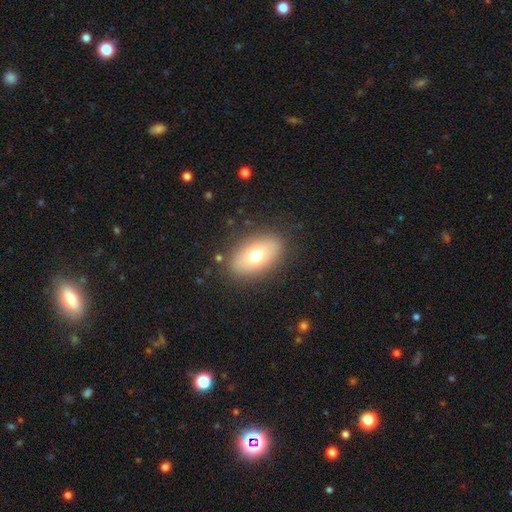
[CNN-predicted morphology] smooth-or-featured: smooth: 71% | featured or disk: 20% | star or artifact: 9%
  how-rounded: in between: 87% | round: 11% | cigar-shaped: 2%
  merging: none: 85% | minor disturbance: 10% | major disturbance: 4% | merger: 1%